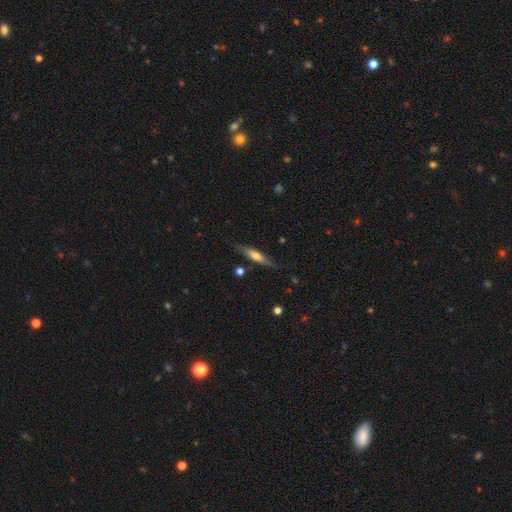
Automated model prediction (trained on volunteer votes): Morphology: type=smooth (49%); merging=none (80%).